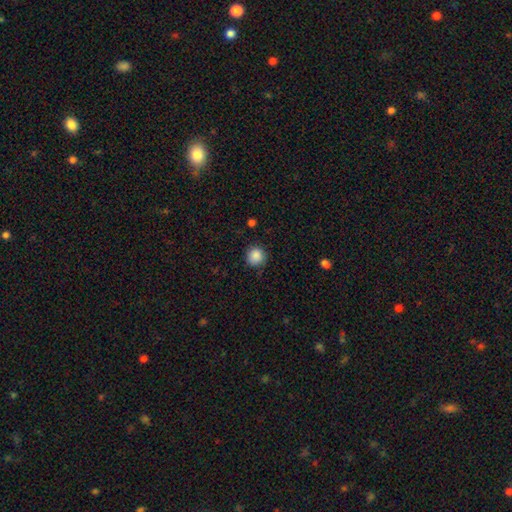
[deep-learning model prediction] A smooth galaxy with no disk features (87%) that is round (92%).

Vote fractions:
- Smooth or featured? smooth: 87% / star or artifact: 9% / featured or disk: 3%
- How rounded? round: 92% / in between: 7% / cigar-shaped: 1%
- Merging? none: 85% / minor disturbance: 11% / major disturbance: 3% / merger: 1%